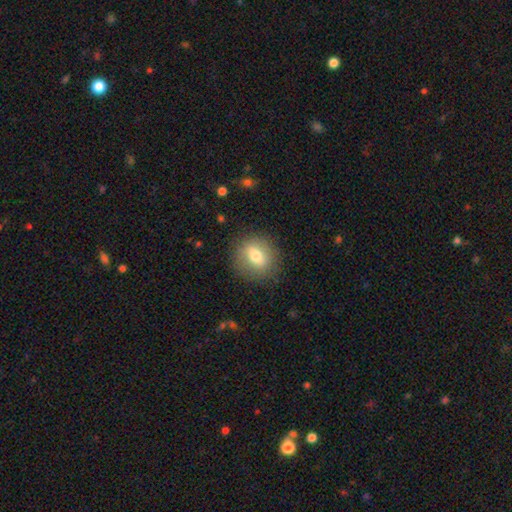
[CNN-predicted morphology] type=smooth (68%); roundness=round (75%); merging=none (85%).